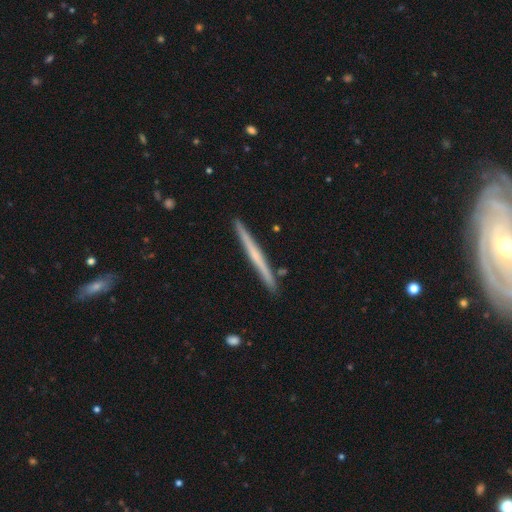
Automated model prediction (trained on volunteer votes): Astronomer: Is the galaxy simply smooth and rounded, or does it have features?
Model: featured or disk — 56% (runner-up: smooth, 39%).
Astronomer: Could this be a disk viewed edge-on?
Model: yes — 98%.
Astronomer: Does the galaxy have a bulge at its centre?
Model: none — 77%.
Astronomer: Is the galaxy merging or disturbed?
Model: none — 91%.